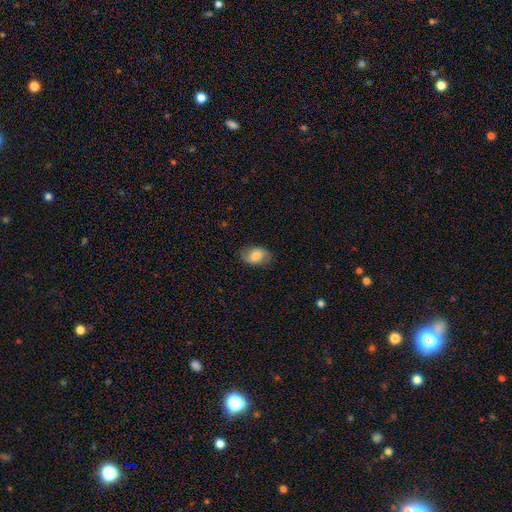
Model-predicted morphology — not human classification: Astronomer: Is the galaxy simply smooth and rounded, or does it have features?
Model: smooth — 73%.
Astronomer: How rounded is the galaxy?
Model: in between — 83%.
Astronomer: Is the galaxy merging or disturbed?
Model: none — 77%.